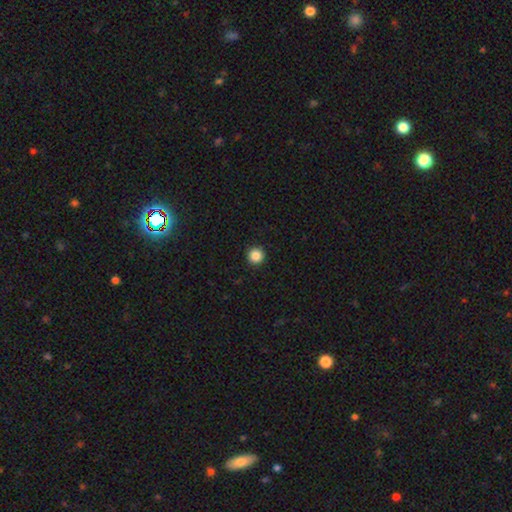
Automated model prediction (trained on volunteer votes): Smooth or featured: smooth — 86% (star or artifact — 11%)
How rounded: round — 96% (in between — 3%)
Merging: none — 93% (minor disturbance — 4%)